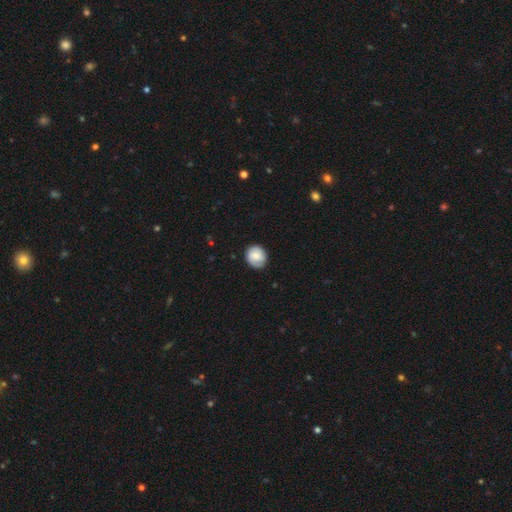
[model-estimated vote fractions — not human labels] smooth-or-featured: smooth: 50% | featured or disk: 43% | star or artifact: 7%
  how-rounded: round: 73% | in between: 26% | cigar-shaped: 1%
  merging: none: 80% | minor disturbance: 14% | major disturbance: 4% | merger: 1%